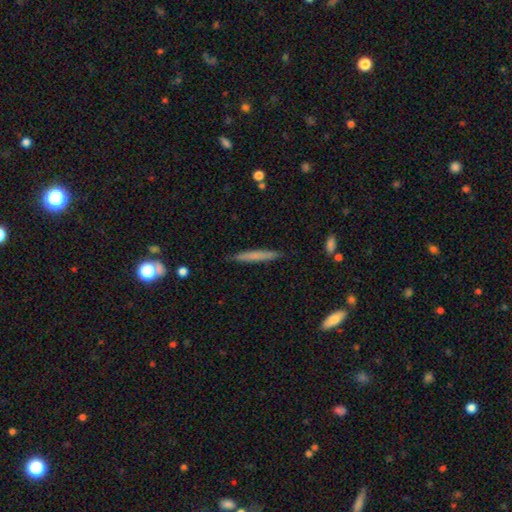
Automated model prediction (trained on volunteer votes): The model was most divided on "smooth or featured": smooth: 64%, featured or disk: 30%, star or artifact: 6%. More confident: how rounded — cigar-shaped (96%); merging — none (88%).